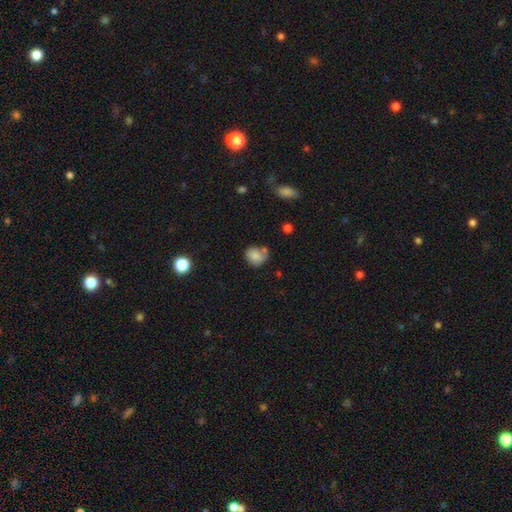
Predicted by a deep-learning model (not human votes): Smooth or featured? Predicted: smooth (p=0.76). How rounded? Predicted: round (p=0.65). Merging? Predicted: none (p=0.53).